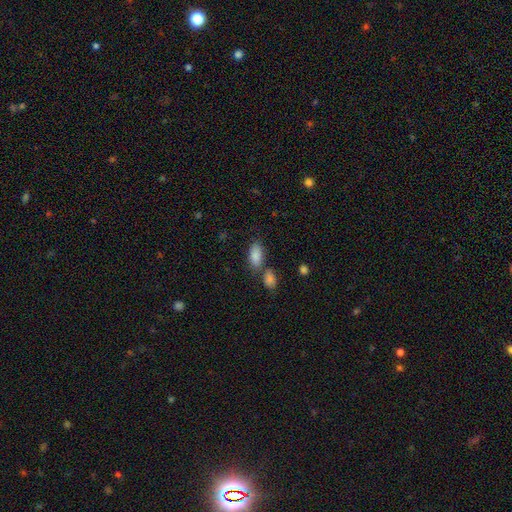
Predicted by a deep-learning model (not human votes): Smooth or featured: smooth — 87% (star or artifact — 7%)
How rounded: in between — 92% (cigar-shaped — 5%)
Merging: none — 58% (merger — 25%)